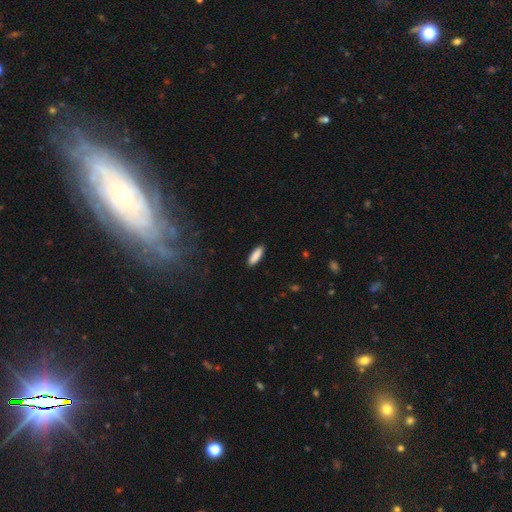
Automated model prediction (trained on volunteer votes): A smooth galaxy with no disk features (89%) that is cigar-shaped (50%).

Vote fractions:
- Smooth or featured? smooth: 89% / star or artifact: 6% / featured or disk: 5%
- How rounded? cigar-shaped: 50% / in between: 49% / round: 1%
- Merging? none: 89% / minor disturbance: 8% / major disturbance: 2% / merger: 1%